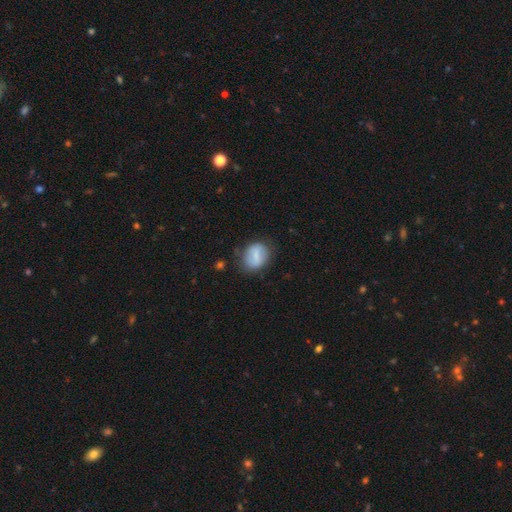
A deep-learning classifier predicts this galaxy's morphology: smooth_or_featured: smooth (p=0.64) [alt: featured or disk p=0.29]
how_rounded: in between (p=0.55) [alt: round p=0.43]
merging: none (p=0.74) [alt: minor disturbance p=0.18]